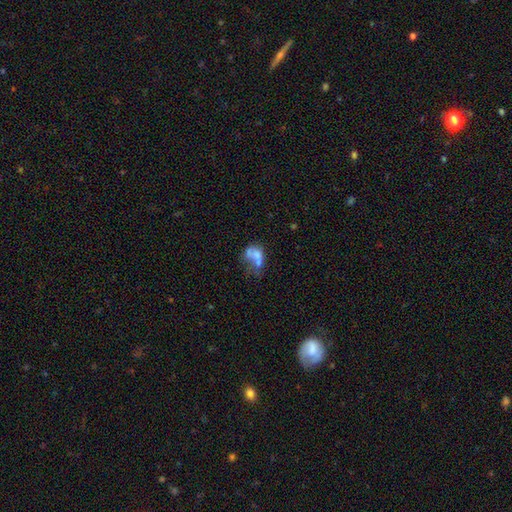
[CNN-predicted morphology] A smooth galaxy with no disk features (51%) that is in between round and cigar-shaped (74%). Merging: merger (40%).